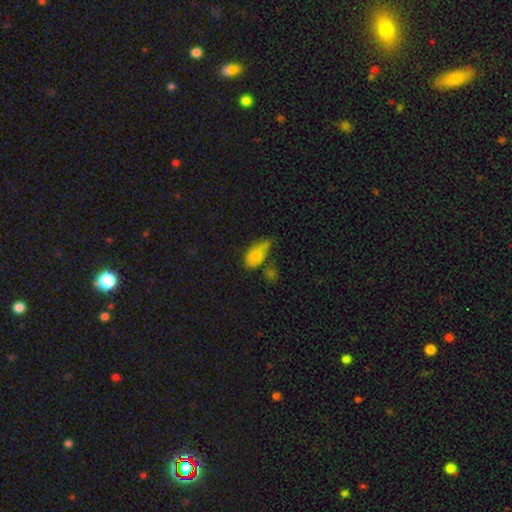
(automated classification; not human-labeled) Morphology: type=smooth (78%); roundness=in between (89%); merging=minor disturbance (33%, tied with none).